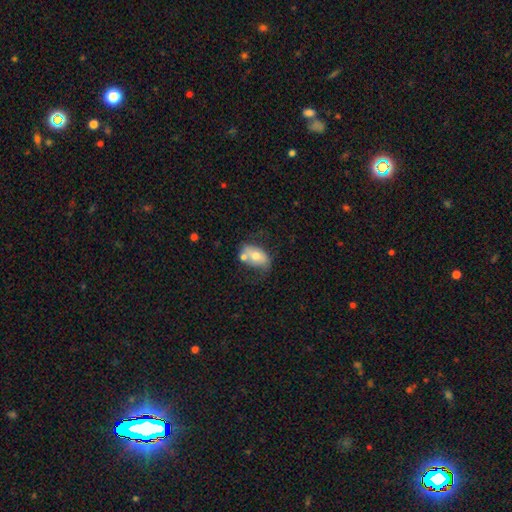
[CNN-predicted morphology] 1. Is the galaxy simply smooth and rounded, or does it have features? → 60% smooth, 33% featured or disk, 7% star or artifact.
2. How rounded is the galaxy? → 89% in between, 9% round, 2% cigar-shaped.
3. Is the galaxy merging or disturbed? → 43% none, 25% merger, 22% minor disturbance, 10% major disturbance.